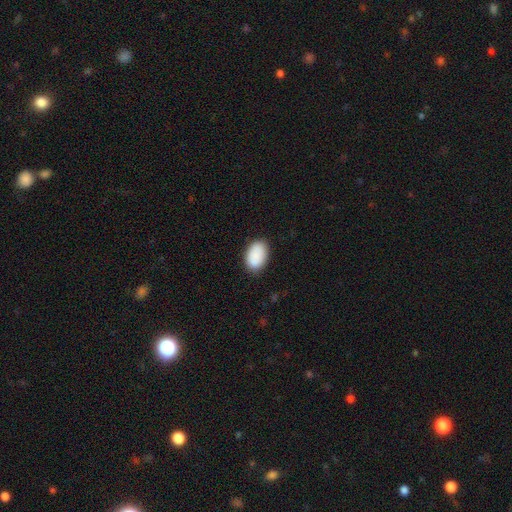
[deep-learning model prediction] smooth_or_featured: smooth (p=0.89) [alt: star or artifact p=0.06]
how_rounded: in between (p=0.92) [alt: round p=0.07]
merging: none (p=0.84) [alt: minor disturbance p=0.12]